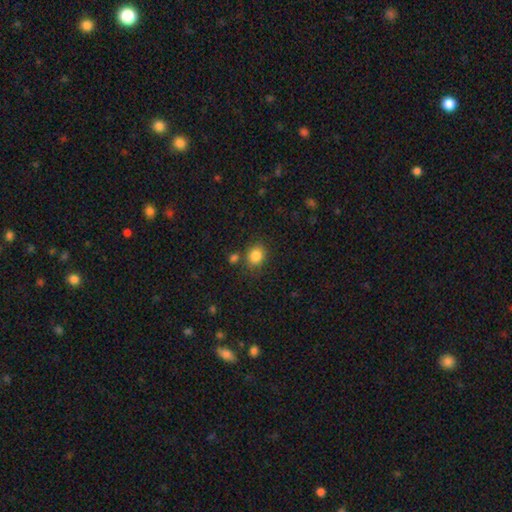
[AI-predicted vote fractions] Smooth or featured? smooth (85%)
How rounded? round (68%)
Merging? none (75%)